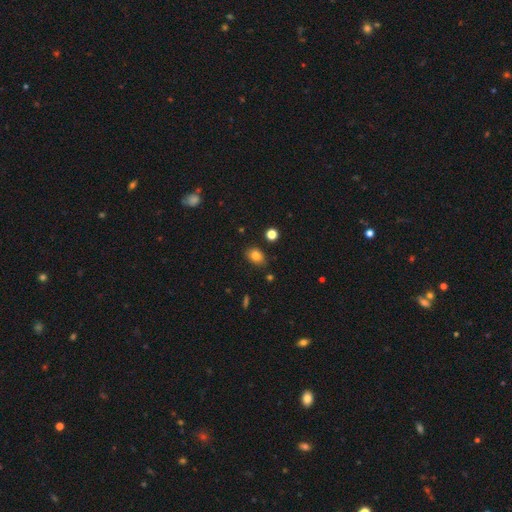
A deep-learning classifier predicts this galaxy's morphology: Q: Smooth or featured?
A: smooth (82%); runner-up: star or artifact (11%)
Q: How rounded?
A: in between (70%); runner-up: round (29%)
Q: Merging?
A: none (80%); runner-up: minor disturbance (14%)